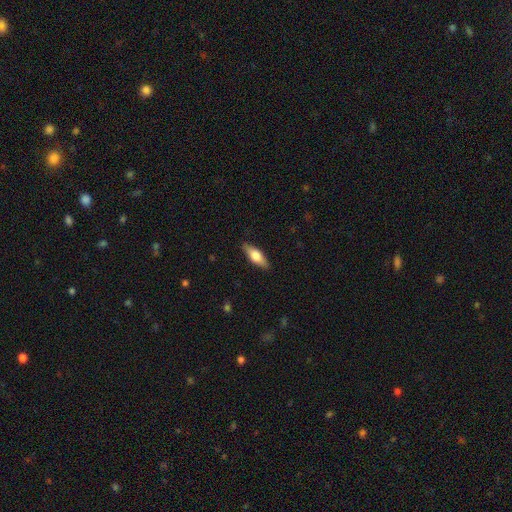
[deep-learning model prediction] A smooth galaxy with no disk features (63%) that is in between round and cigar-shaped (61%). Merging: none (87%).